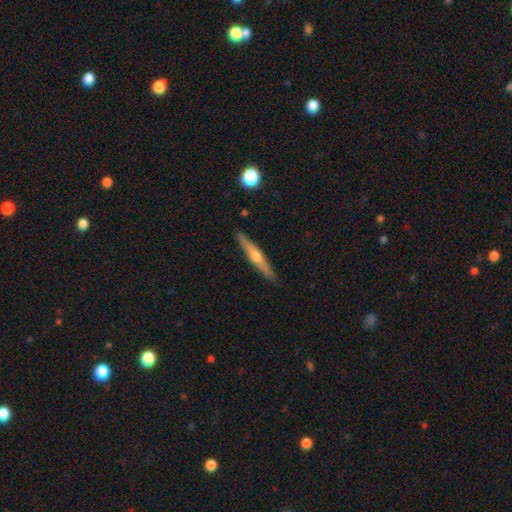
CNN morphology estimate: smooth_or_featured: featured or disk (p=0.59) [alt: smooth p=0.35]
disk_edge_on: yes (p=0.95) [alt: no p=0.05]
edge_on_bulge: rounded (p=0.87) [alt: none p=0.10]
merging: none (p=0.89) [alt: minor disturbance p=0.08]